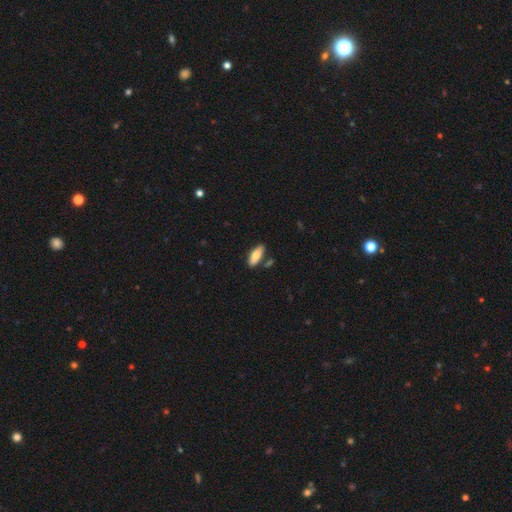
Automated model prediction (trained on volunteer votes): A smooth galaxy with no disk features (78%) that is in between round and cigar-shaped (75%).

Vote fractions:
- Smooth or featured? smooth: 78% / featured or disk: 16% / star or artifact: 6%
- How rounded? in between: 75% / cigar-shaped: 23% / round: 2%
- Merging? none: 81% / minor disturbance: 11% / merger: 6% / major disturbance: 2%